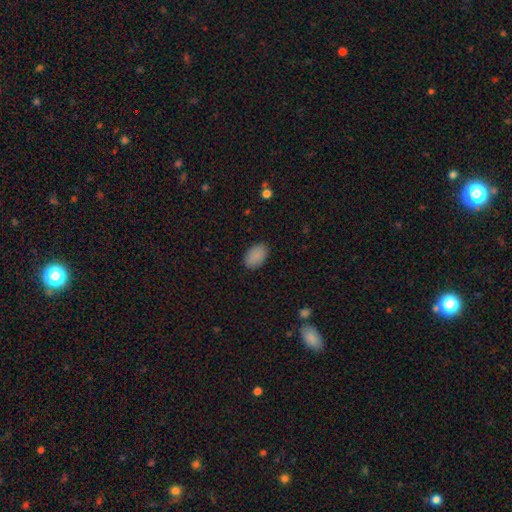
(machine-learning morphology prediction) A smooth galaxy with no disk features (89%) that is in between round and cigar-shaped (91%). Merging: none (87%).